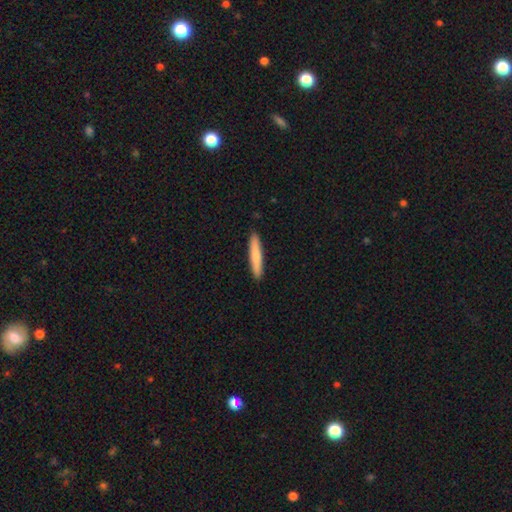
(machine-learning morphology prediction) The model was most divided on "smooth or featured": smooth: 77%, featured or disk: 18%, star or artifact: 5%. More confident: how rounded — cigar-shaped (93%); merging — none (92%).